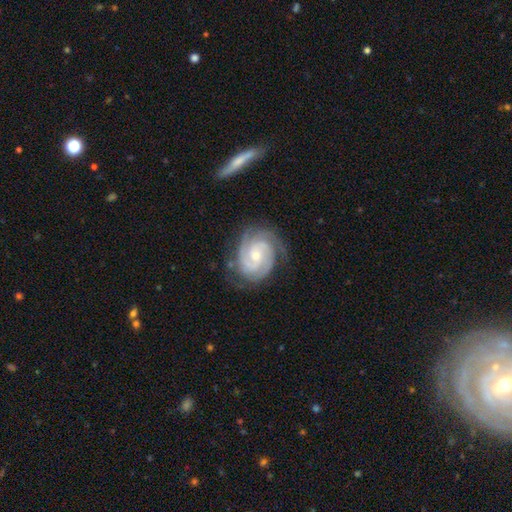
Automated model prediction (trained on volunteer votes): Smooth or featured? Predicted: featured or disk (p=0.91). Edge-on disk? Predicted: no (p=0.98). Bar? Predicted: no (p=0.60). Spiral arms? Predicted: yes (p=0.98). Spiral winding? Predicted: tight (p=0.69). Spiral arm count? Predicted: 3 (p=0.45). Bulge size? Predicted: small (p=0.57). Merging? Predicted: none (p=0.76).